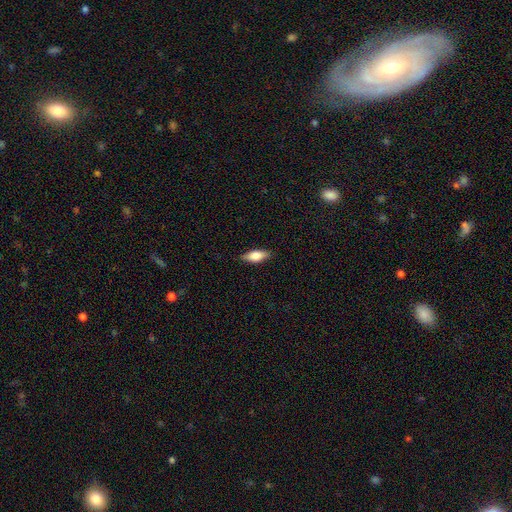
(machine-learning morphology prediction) A smooth galaxy with no disk features (71%) that is in between round and cigar-shaped (72%).

Vote fractions:
- Smooth or featured? smooth: 71% / featured or disk: 22% / star or artifact: 7%
- How rounded? in between: 72% / cigar-shaped: 25% / round: 3%
- Merging? none: 86% / minor disturbance: 11% / major disturbance: 2% / merger: 1%